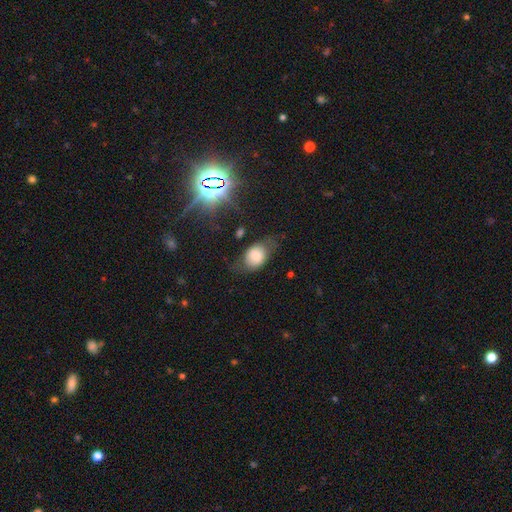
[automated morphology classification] Smooth or featured? Predicted: smooth (p=0.73). How rounded? Predicted: in between (p=0.73). Merging? Predicted: none (p=0.56).